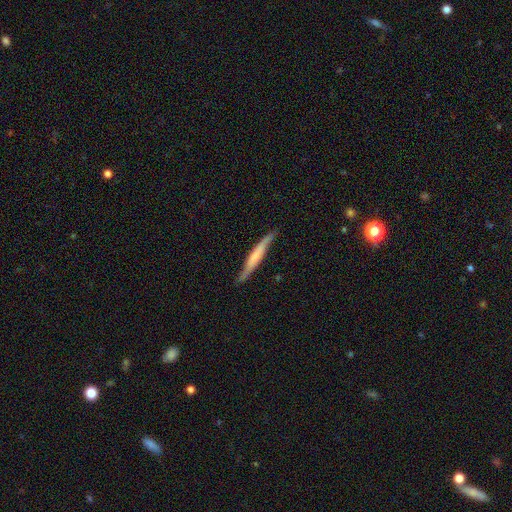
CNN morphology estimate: Smooth or featured? featured or disk (51%)
Edge-on disk? yes (85%)
Merging? none (78%)